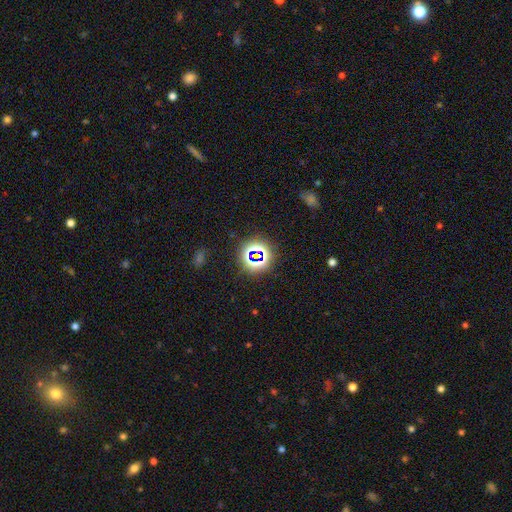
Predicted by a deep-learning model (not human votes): Smooth or featured? star or artifact (71%)